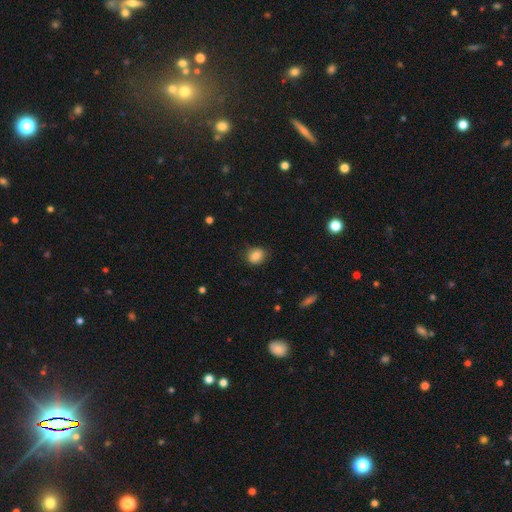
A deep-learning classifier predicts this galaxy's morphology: Q: Smooth or featured?
A: smooth (83%); runner-up: star or artifact (9%)
Q: How rounded?
A: round (62%); runner-up: in between (37%)
Q: Merging?
A: none (82%); runner-up: minor disturbance (14%)